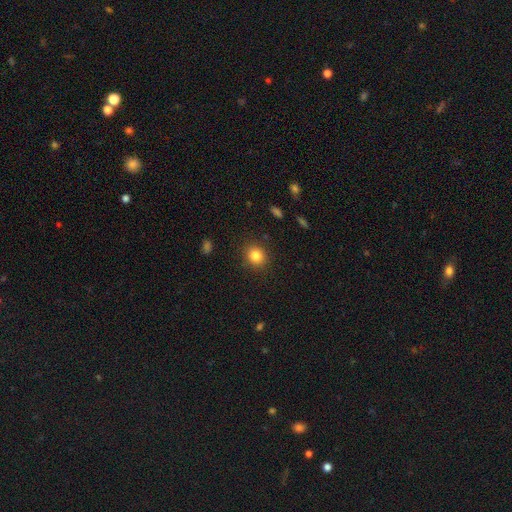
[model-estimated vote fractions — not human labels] Overall: smooth (83%). How rounded: round (80%). Merging: none (89%).